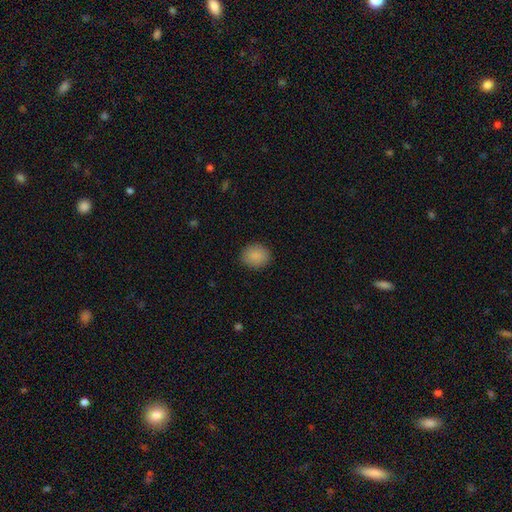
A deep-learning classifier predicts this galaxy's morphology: Smooth or featured?
  - smooth: 88% *
  - star or artifact: 8%
  - featured or disk: 3%
How rounded?
  - round: 66% *
  - in between: 33%
  - cigar-shaped: 1%
Merging?
  - none: 89% *
  - minor disturbance: 8%
  - major disturbance: 2%
  - merger: 1%